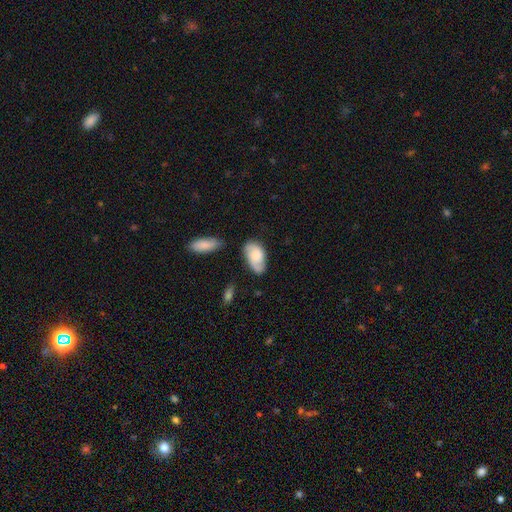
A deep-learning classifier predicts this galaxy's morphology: This is likely a smooth galaxy (65%). How rounded: clearly in between (94%). Merging: possibly none (58%).